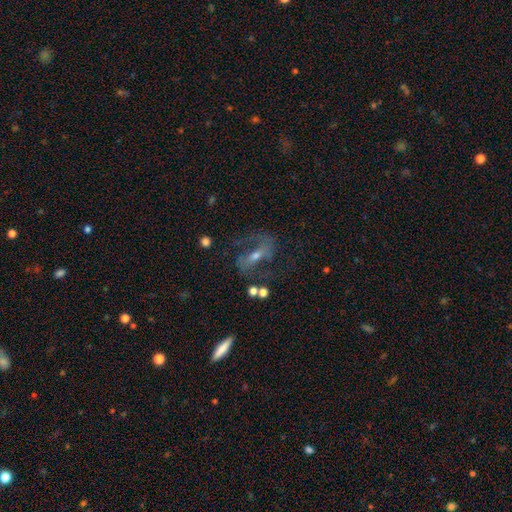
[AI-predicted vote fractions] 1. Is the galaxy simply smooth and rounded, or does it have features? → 77% featured or disk, 14% smooth, 10% star or artifact.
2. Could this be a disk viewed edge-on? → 93% no, 7% yes.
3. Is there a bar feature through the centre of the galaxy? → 40% strong, 37% weak, 23% no.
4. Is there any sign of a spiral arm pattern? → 87% yes, 13% no.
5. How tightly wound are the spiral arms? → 47% medium, 38% loose, 15% tight.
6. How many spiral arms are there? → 82% 2, 7% 1, 7% can't tell, 2% 3, 1% 4, 1% more than 4.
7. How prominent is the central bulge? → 47% moderate, 45% small, 4% large, 3% none, 1% dominant.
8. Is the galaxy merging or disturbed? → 60% none, 20% major disturbance, 16% minor disturbance, 4% merger.